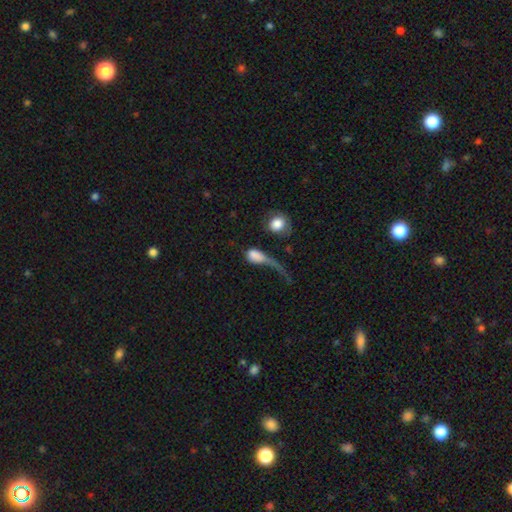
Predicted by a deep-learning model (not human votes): Smooth or featured? Predicted: smooth (p=0.68). How rounded? Predicted: in between (p=0.62). Merging? Predicted: major disturbance (p=0.53).